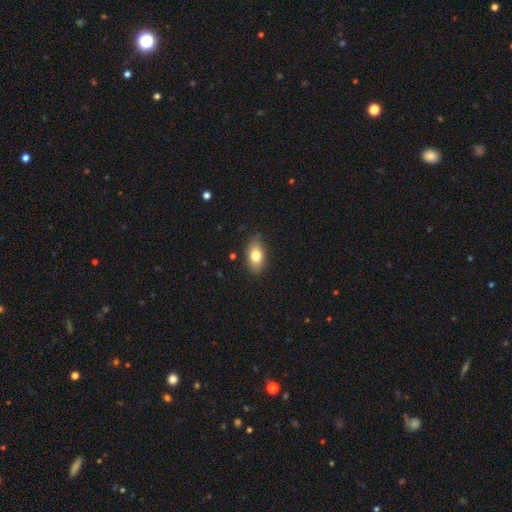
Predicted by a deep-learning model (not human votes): Q: Smooth or featured?
A: smooth (79%); runner-up: featured or disk (13%)
Q: How rounded?
A: in between (89%); runner-up: round (9%)
Q: Merging?
A: none (84%); runner-up: minor disturbance (12%)